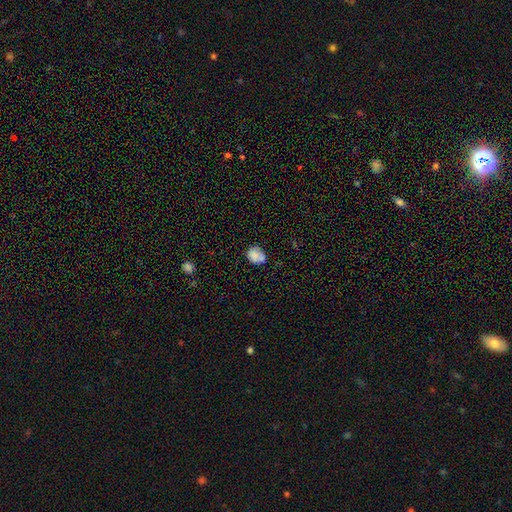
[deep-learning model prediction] This appears to be a smooth galaxy with no disk features (75%) that is round (54%). Merging: none (56%).